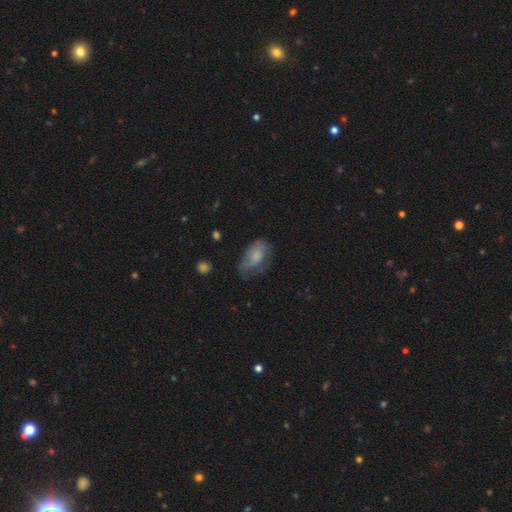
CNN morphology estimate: This is likely a smooth galaxy (62%). How rounded: clearly in between (90%). Merging: marginally none (42%).